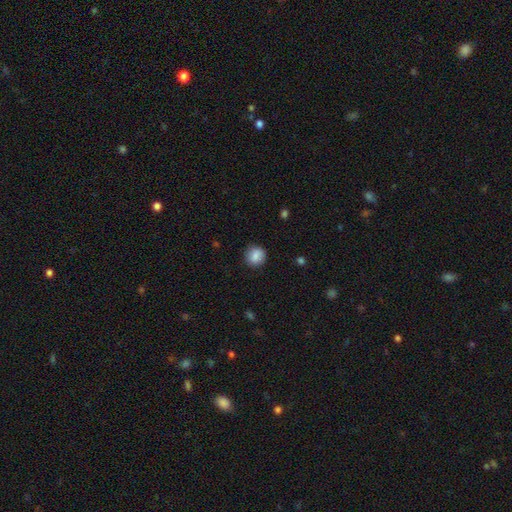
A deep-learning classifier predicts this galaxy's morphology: A smooth galaxy with no disk features (86%) that is round (89%).

Vote fractions:
- Smooth or featured? smooth: 86% / star or artifact: 8% / featured or disk: 5%
- How rounded? round: 89% / in between: 10% / cigar-shaped: 1%
- Merging? none: 88% / minor disturbance: 8% / major disturbance: 3% / merger: 1%